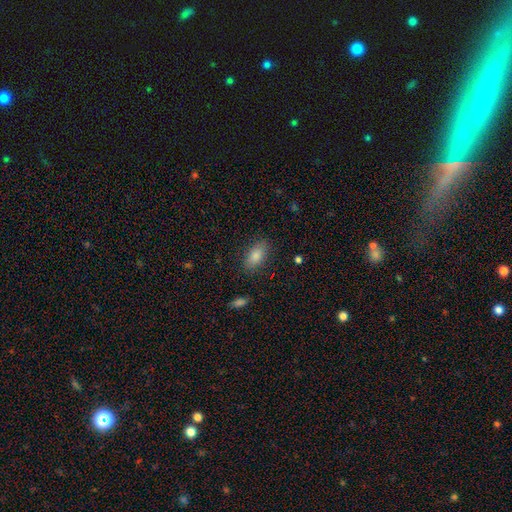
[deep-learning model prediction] Overall: smooth (83%). How rounded: in between (89%). Merging: none (86%).